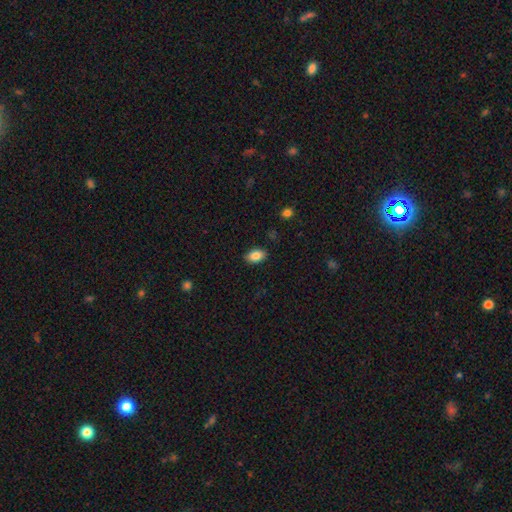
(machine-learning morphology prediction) Smooth or featured? Predicted: smooth (p=0.85). How rounded? Predicted: in between (p=0.89). Merging? Predicted: none (p=0.87).